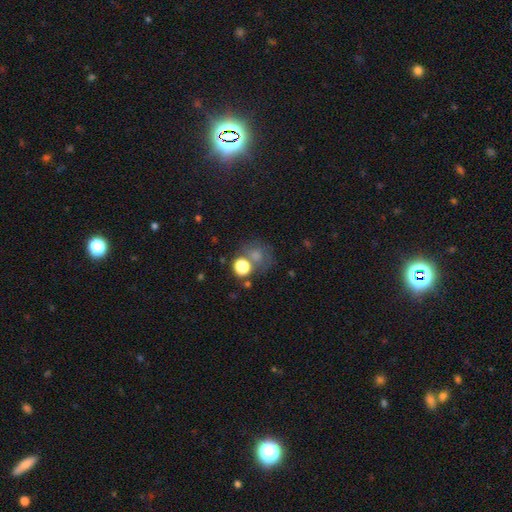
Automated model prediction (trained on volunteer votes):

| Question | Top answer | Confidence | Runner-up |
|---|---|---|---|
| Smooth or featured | smooth | 67% | star or artifact (21%) |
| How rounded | round | 77% | in between (22%) |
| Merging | none | 53% | merger (21%) |